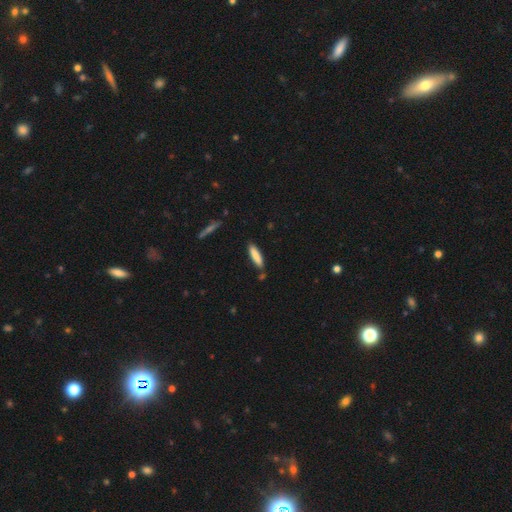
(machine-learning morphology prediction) Smooth or featured? Predicted: smooth (p=0.83). How rounded? Predicted: cigar-shaped (p=0.75). Merging? Predicted: none (p=0.83).